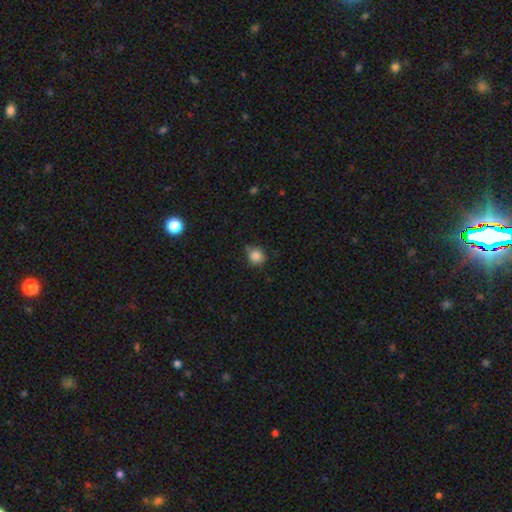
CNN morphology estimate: A smooth galaxy with no disk features (84%) that is round (87%).

Vote fractions:
- Smooth or featured? smooth: 84% / star or artifact: 11% / featured or disk: 5%
- How rounded? round: 87% / in between: 12% / cigar-shaped: 1%
- Merging? none: 68% / minor disturbance: 24% / major disturbance: 4% / merger: 3%